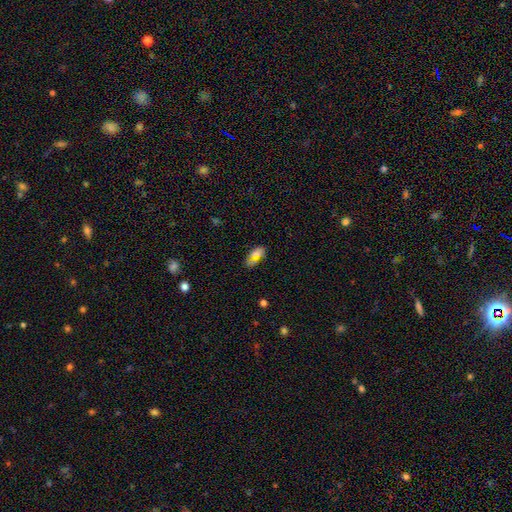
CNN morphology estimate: smooth-or-featured: smooth: 60% | featured or disk: 22% | star or artifact: 18%
  how-rounded: in between: 88% | cigar-shaped: 7% | round: 5%
  merging: none: 66% | minor disturbance: 20% | major disturbance: 7% | merger: 7%